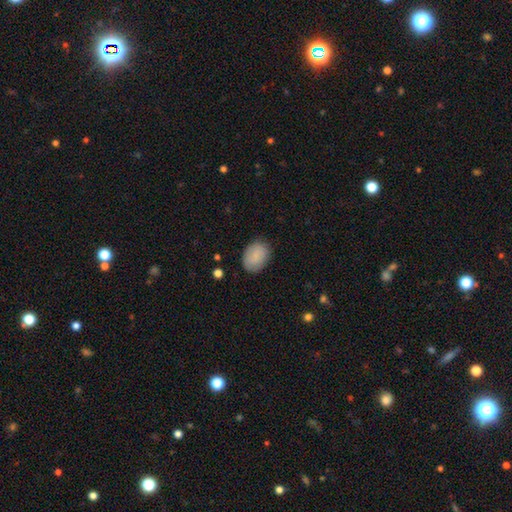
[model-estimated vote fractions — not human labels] A smooth galaxy with no disk features (87%) that is in between round and cigar-shaped (77%).

Vote fractions:
- Smooth or featured? smooth: 87% / star or artifact: 6% / featured or disk: 6%
- How rounded? in between: 77% / round: 22% / cigar-shaped: 1%
- Merging? none: 83% / minor disturbance: 13% / major disturbance: 3% / merger: 1%